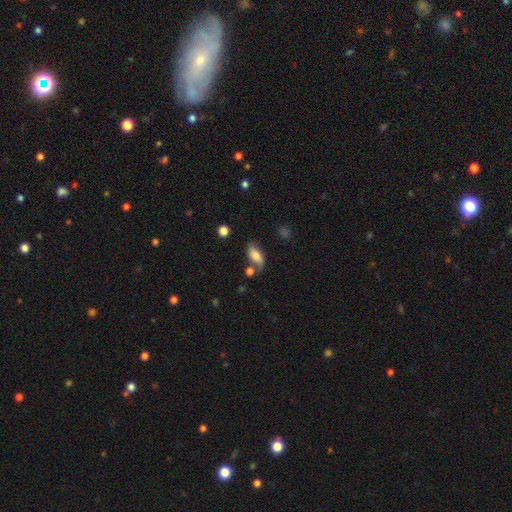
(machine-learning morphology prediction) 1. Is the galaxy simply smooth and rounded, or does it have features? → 69% smooth, 22% featured or disk, 9% star or artifact.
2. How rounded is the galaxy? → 85% in between, 10% cigar-shaped, 5% round.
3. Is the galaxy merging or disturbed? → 57% none, 23% minor disturbance, 12% merger, 8% major disturbance.